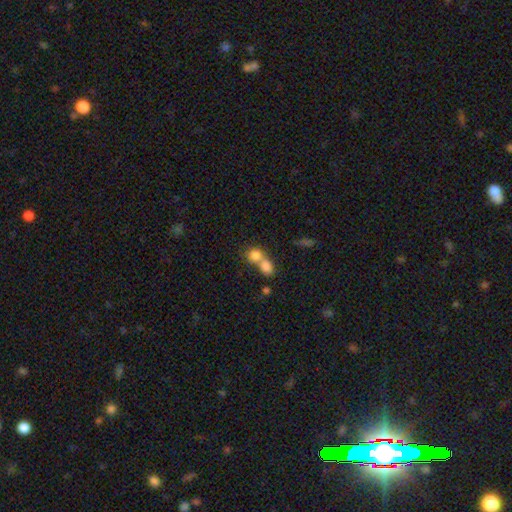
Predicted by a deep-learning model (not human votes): Smooth or featured? Predicted: smooth (p=0.80). How rounded? Predicted: round (p=0.65). Merging? Predicted: merger (p=0.64).